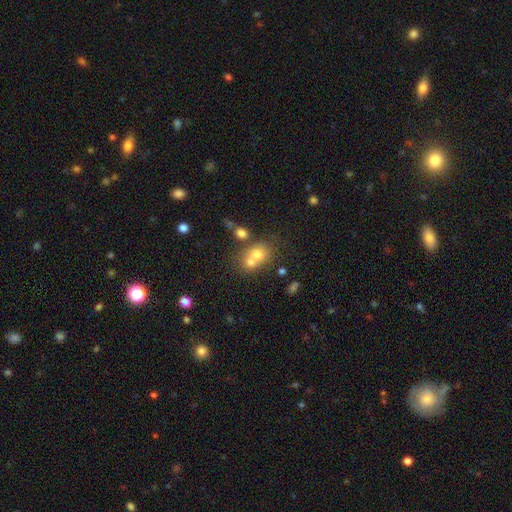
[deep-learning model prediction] Smooth or featured? Predicted: smooth (p=0.68). How rounded? Predicted: round (p=0.59). Merging? Predicted: merger (p=0.60).